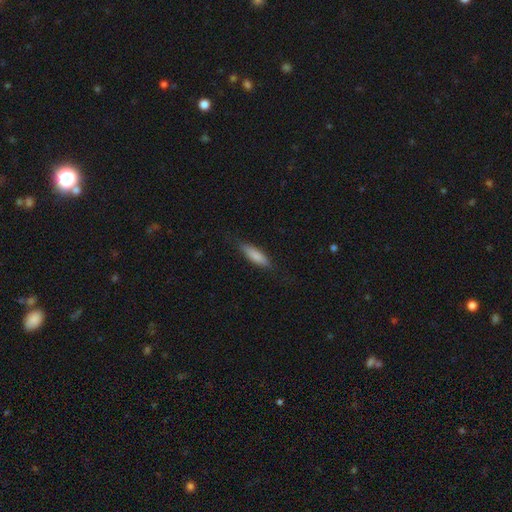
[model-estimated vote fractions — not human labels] Morphology: type=smooth (80%); roundness=cigar-shaped (60%); merging=none (81%).